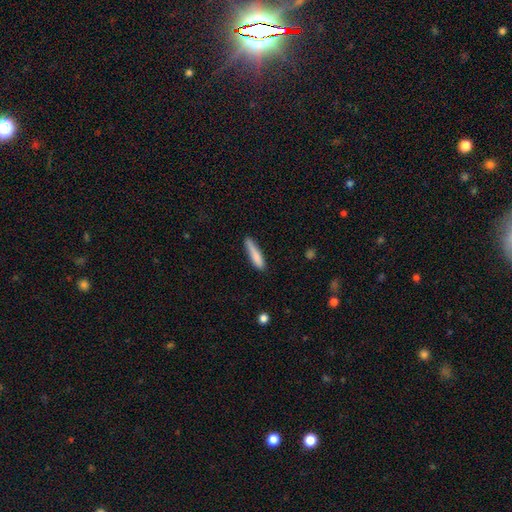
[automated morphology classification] This is clearly a smooth galaxy (82%). How rounded: clearly cigar-shaped (87%). Merging: likely none (73%).